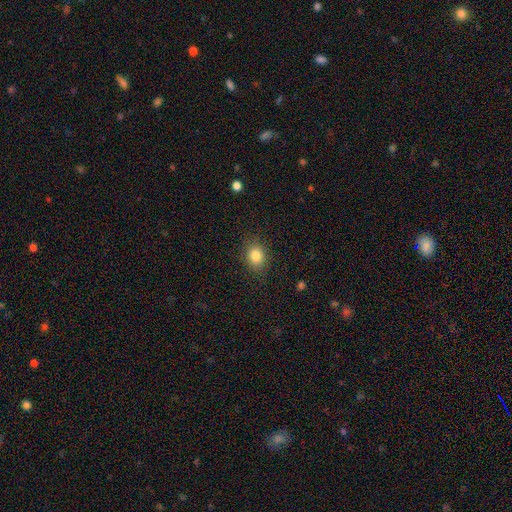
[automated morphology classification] Smooth or featured: smooth — 84% (star or artifact — 11%)
How rounded: round — 58% (in between — 41%)
Merging: none — 87% (minor disturbance — 9%)